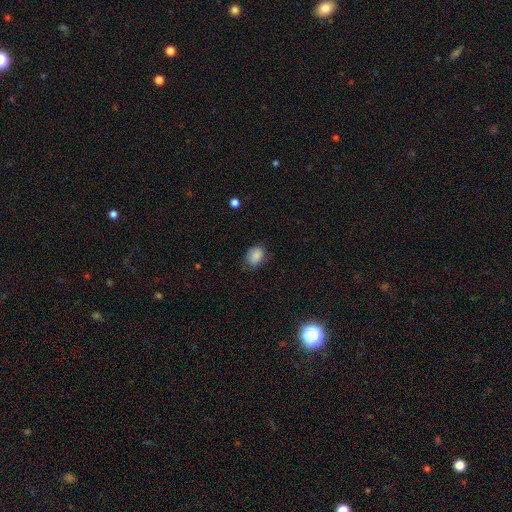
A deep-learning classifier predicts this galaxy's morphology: Overall: smooth (86%). How rounded: in between (70%). Merging: none (68%).